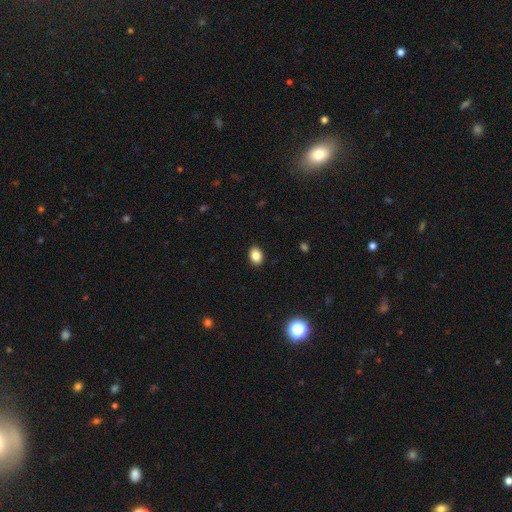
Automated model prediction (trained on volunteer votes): A smooth galaxy with no disk features (86%) that is in between round and cigar-shaped (70%). Merging: none (91%).